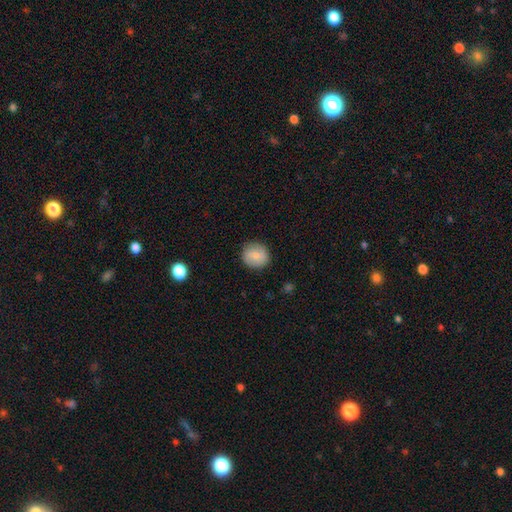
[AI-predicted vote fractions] Overall: smooth (76%). How rounded: round (89%). Merging: none (88%).